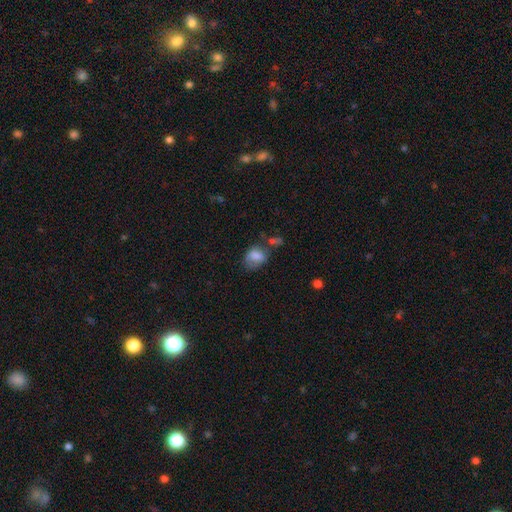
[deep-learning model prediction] Morphology: type=smooth (77%); roundness=in between (71%); merging=none (41%).